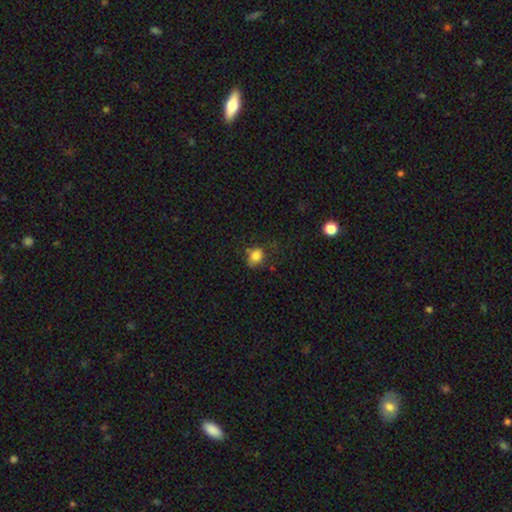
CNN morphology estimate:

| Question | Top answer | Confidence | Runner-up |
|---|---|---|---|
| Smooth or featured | smooth | 81% | star or artifact (11%) |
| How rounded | round | 51% | in between (48%) |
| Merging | none | 55% | minor disturbance (28%) |